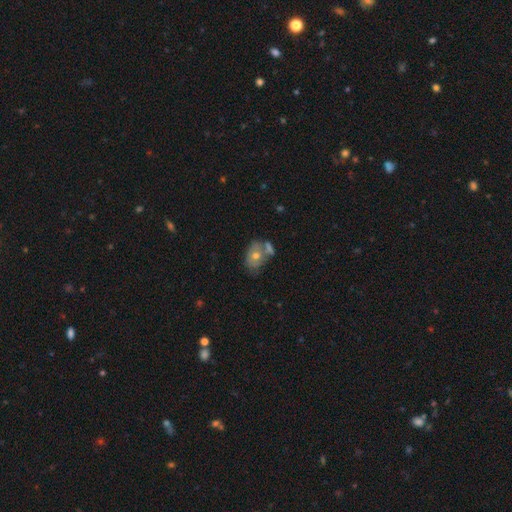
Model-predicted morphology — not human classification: smooth 48%, featured or disk 41%, star or artifact 11%. Down the decision tree: merging — none (41%).